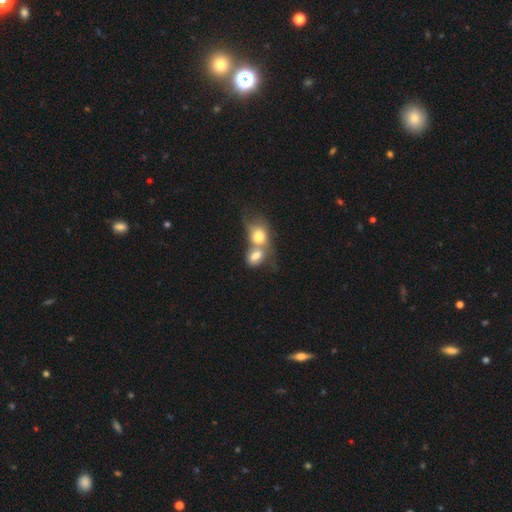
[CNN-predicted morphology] type=smooth (73%); roundness=in between (63%); merging=merger (76%).